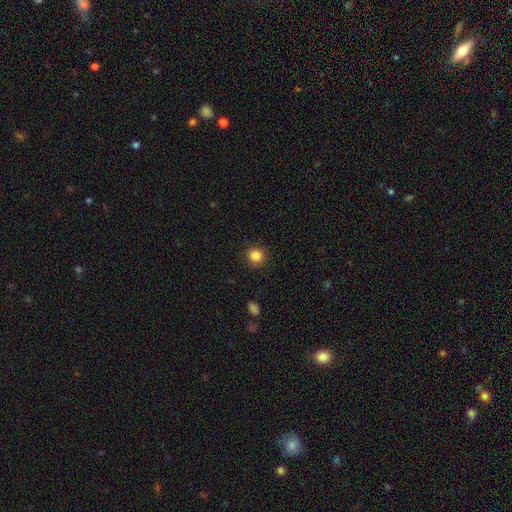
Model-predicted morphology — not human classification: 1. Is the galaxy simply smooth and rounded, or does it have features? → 86% smooth, 11% star or artifact, 3% featured or disk.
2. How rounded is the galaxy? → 92% round, 7% in between, 1% cigar-shaped.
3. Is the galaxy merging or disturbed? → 89% none, 7% minor disturbance, 2% major disturbance, 1% merger.